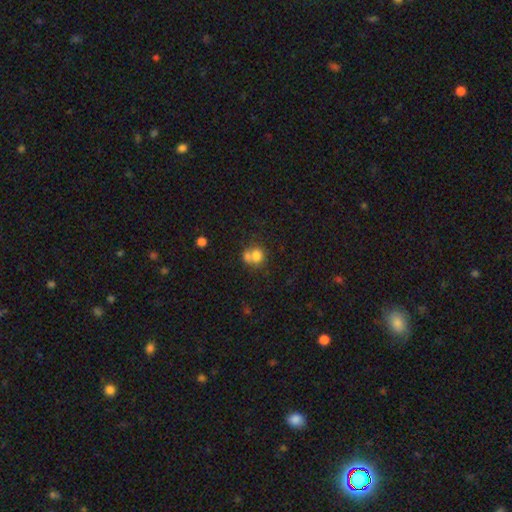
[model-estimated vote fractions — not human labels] smooth 75%, featured or disk 14%, star or artifact 11%. Down the decision tree: how rounded — round (74%); merging — merger (51%).